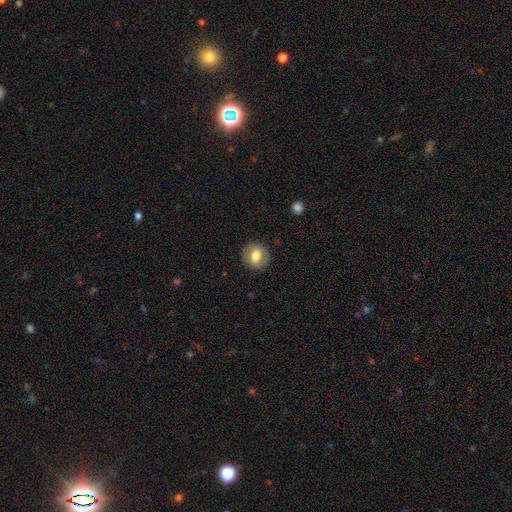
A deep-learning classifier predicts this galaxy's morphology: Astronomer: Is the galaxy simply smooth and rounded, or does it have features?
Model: smooth — 60%.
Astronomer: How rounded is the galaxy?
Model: round — 78%.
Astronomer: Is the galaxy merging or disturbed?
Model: none — 85%.